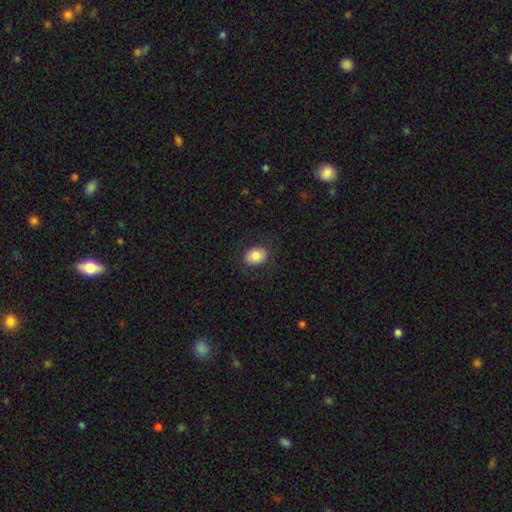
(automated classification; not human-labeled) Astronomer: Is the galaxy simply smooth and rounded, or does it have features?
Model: smooth — 84%.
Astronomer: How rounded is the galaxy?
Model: in between — 61% (runner-up: round, 38%).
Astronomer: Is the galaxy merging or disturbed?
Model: none — 85%.